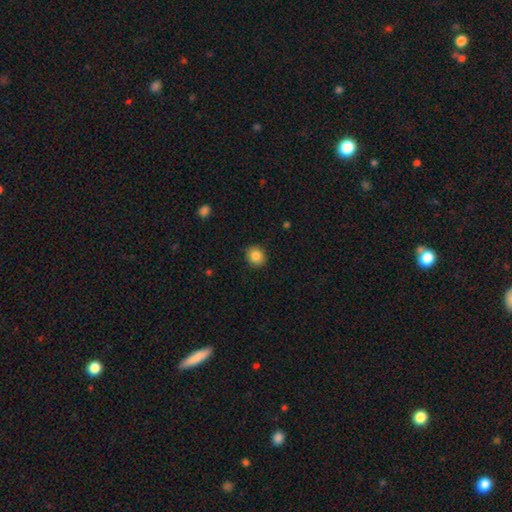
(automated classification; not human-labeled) Q: Smooth or featured?
A: smooth (85%); runner-up: star or artifact (10%)
Q: How rounded?
A: round (85%); runner-up: in between (14%)
Q: Merging?
A: none (90%); runner-up: minor disturbance (7%)